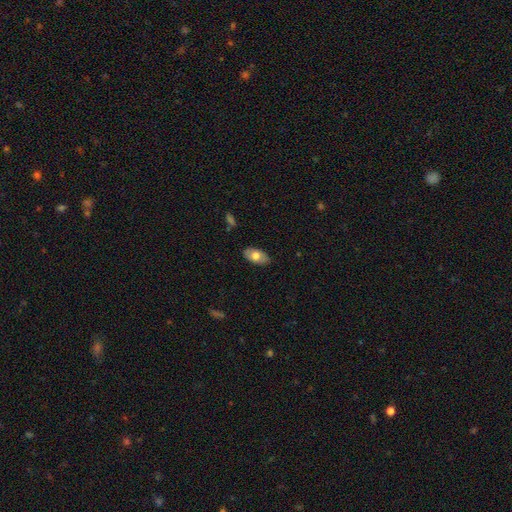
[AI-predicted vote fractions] Smooth or featured? Predicted: smooth (p=0.71). How rounded? Predicted: in between (p=0.94). Merging? Predicted: none (p=0.84).